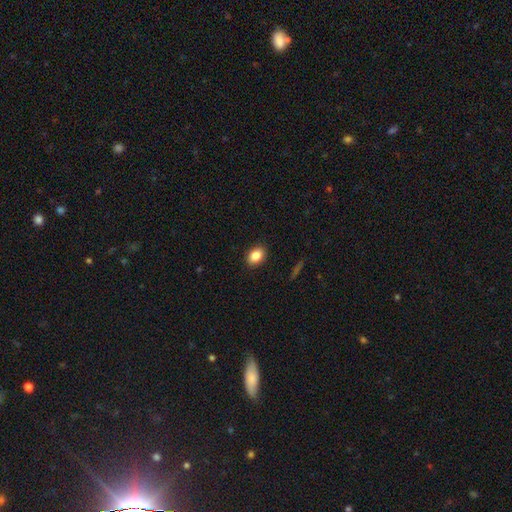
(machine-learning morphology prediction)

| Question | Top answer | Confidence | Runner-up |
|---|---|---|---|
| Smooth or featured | smooth | 85% | star or artifact (8%) |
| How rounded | in between | 78% | round (21%) |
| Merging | none | 89% | minor disturbance (8%) |